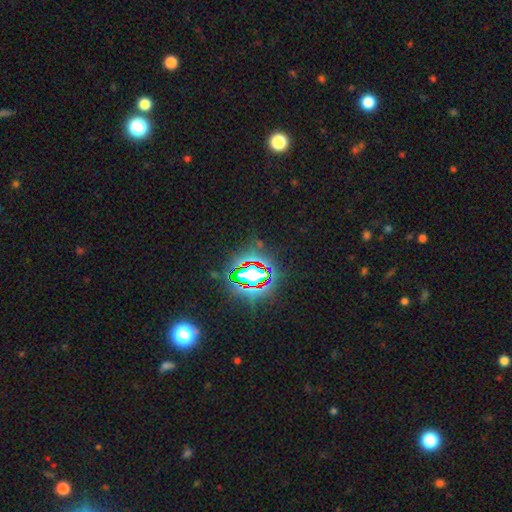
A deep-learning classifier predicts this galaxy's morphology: Smooth or featured? Predicted: star or artifact (p=0.82).